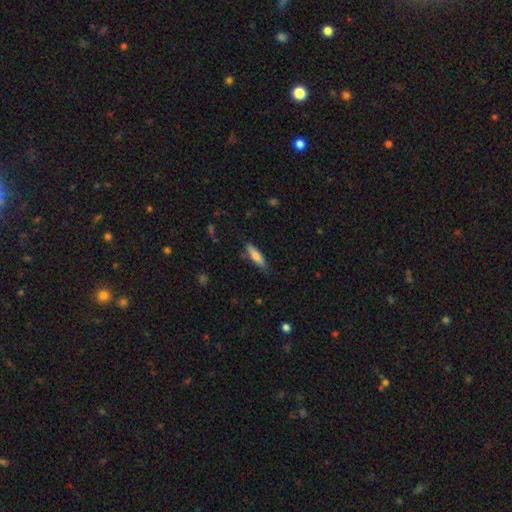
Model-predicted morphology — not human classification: smooth-or-featured: smooth: 76% | featured or disk: 18% | star or artifact: 6%
  how-rounded: cigar-shaped: 64% | in between: 34% | round: 2%
  merging: none: 76% | minor disturbance: 18% | major disturbance: 3% | merger: 2%